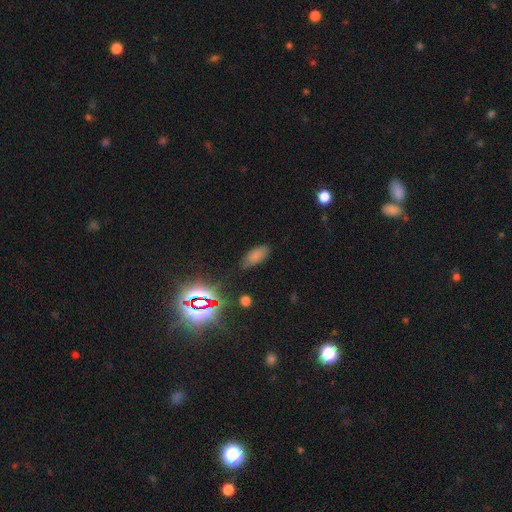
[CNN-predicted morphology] Overall: smooth (72%). How rounded: in between (88%). Merging: none (71%).